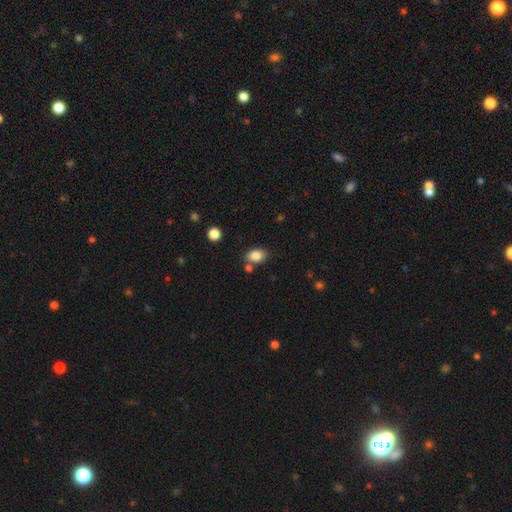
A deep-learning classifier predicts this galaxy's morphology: Smooth or featured?
  - smooth: 85% *
  - star or artifact: 9%
  - featured or disk: 6%
How rounded?
  - in between: 80% *
  - round: 18%
  - cigar-shaped: 1%
Merging?
  - none: 72% *
  - minor disturbance: 13%
  - merger: 12%
  - major disturbance: 4%